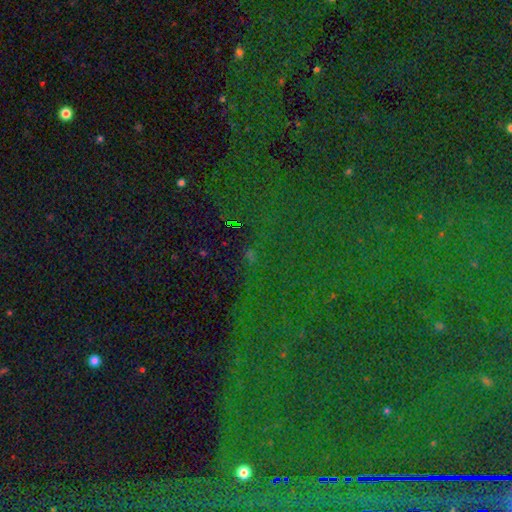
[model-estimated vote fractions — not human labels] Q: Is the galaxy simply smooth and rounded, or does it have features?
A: star or artifact — 85%.